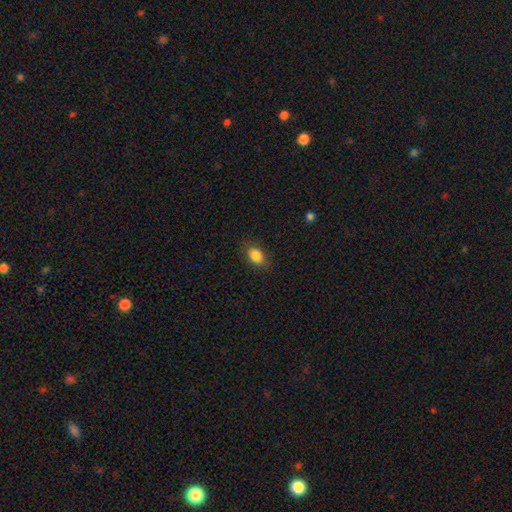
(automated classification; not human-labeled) This appears to be a smooth galaxy with no disk features (86%) that is in between round and cigar-shaped (78%). Merging: none (83%).